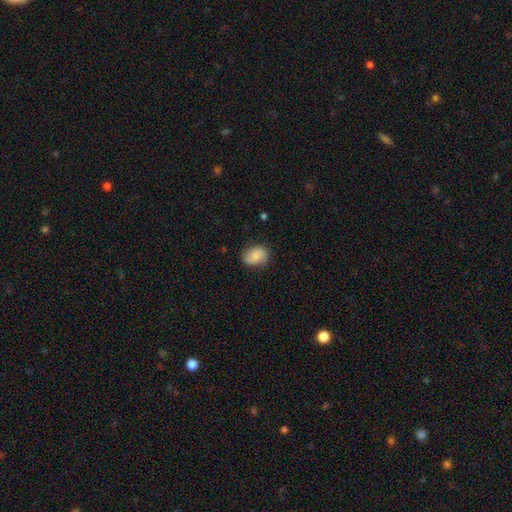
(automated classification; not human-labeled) Overall: smooth (84%). How rounded: in between (69%; round 30%). Merging: none (76%).